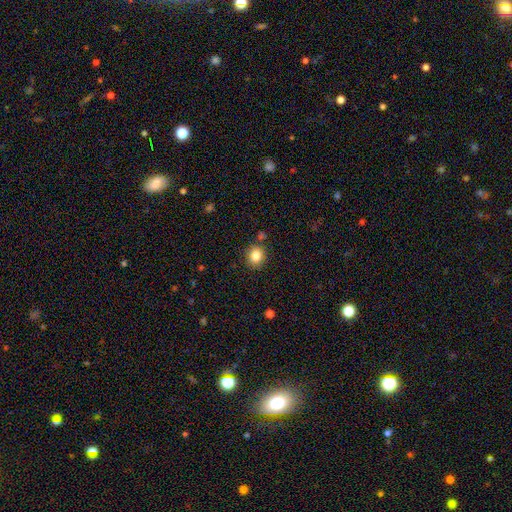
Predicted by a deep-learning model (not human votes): A smooth galaxy with no disk features (84%) that is round (76%).

Vote fractions:
- Smooth or featured? smooth: 84% / star or artifact: 10% / featured or disk: 6%
- How rounded? round: 76% / in between: 24% / cigar-shaped: 1%
- Merging? none: 84% / minor disturbance: 9% / merger: 4% / major disturbance: 3%